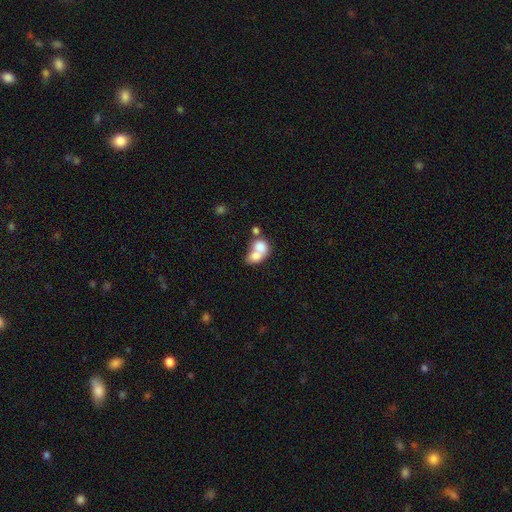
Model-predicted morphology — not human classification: The model was most divided on "how rounded": in between: 66%, round: 33%, cigar-shaped: 2%. More confident: merging — merger (73%); smooth or featured — smooth (71%).